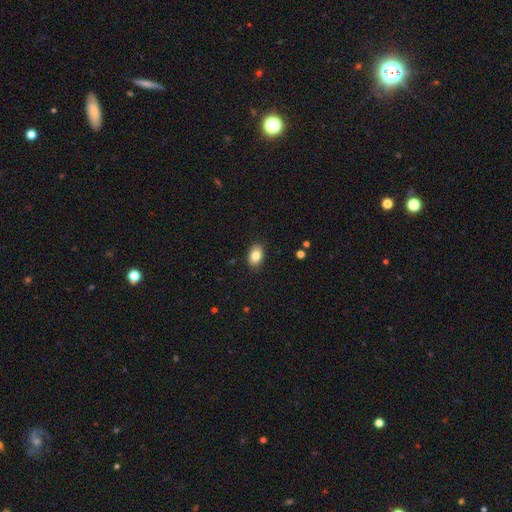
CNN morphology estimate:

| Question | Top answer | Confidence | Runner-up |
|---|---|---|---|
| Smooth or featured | smooth | 83% | featured or disk (9%) |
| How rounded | in between | 85% | round (14%) |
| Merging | none | 88% | minor disturbance (9%) |